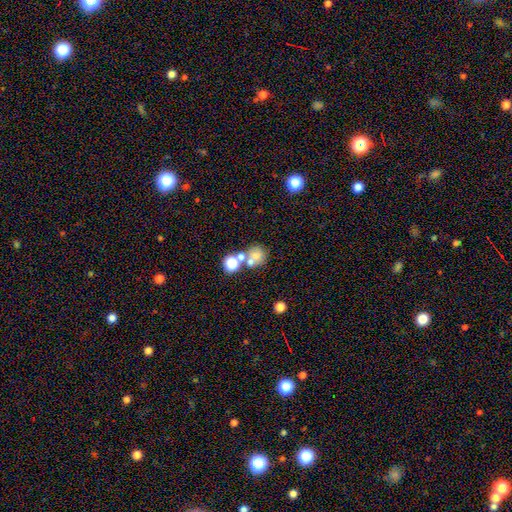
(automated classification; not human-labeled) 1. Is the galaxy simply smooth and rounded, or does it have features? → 63% smooth, 20% star or artifact, 18% featured or disk.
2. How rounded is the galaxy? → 80% round, 19% in between, 1% cigar-shaped.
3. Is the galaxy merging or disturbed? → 45% none, 40% merger, 9% minor disturbance, 6% major disturbance.